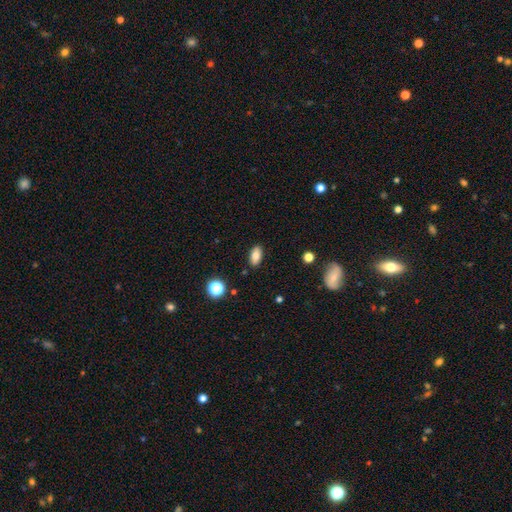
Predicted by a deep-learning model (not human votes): Smooth or featured? smooth (81%)
How rounded? in between (89%)
Merging? none (88%)